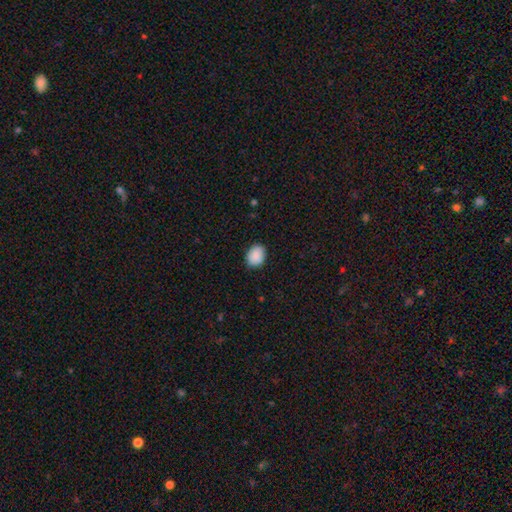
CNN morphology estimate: Smooth or featured: smooth — 90% (star or artifact — 7%)
How rounded: in between — 64% (round — 35%)
Merging: none — 86% (minor disturbance — 11%)